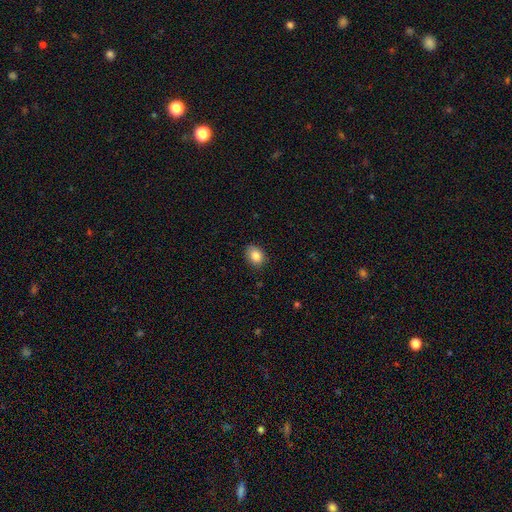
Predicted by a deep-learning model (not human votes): smooth-or-featured: smooth: 85% | star or artifact: 9% | featured or disk: 6%
  how-rounded: in between: 64% | round: 35% | cigar-shaped: 1%
  merging: none: 86% | minor disturbance: 11% | major disturbance: 2% | merger: 1%